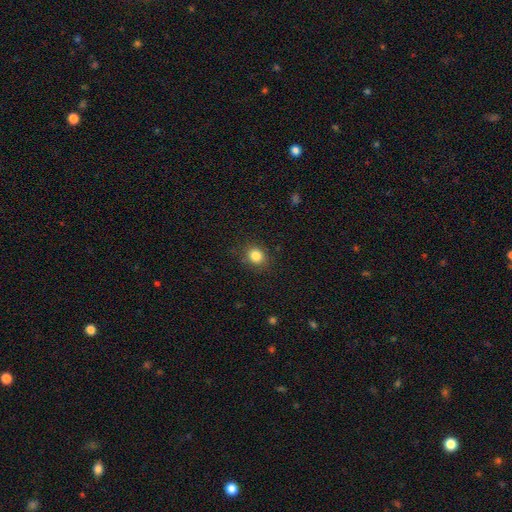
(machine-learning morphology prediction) Overall: smooth (84%). How rounded: round (74%). Merging: none (85%).